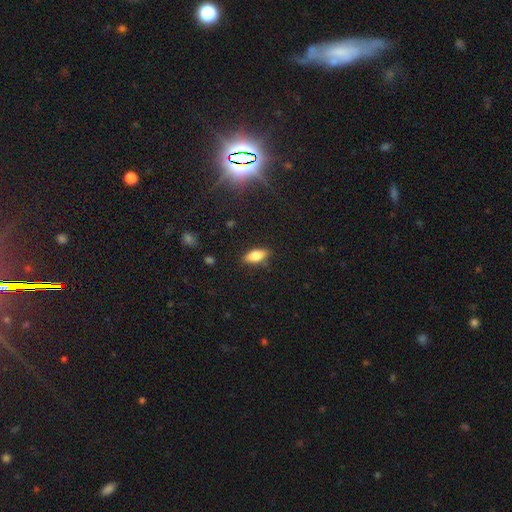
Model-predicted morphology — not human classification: Smooth or featured? Predicted: smooth (p=0.71). How rounded? Predicted: in between (p=0.79). Merging? Predicted: none (p=0.86).